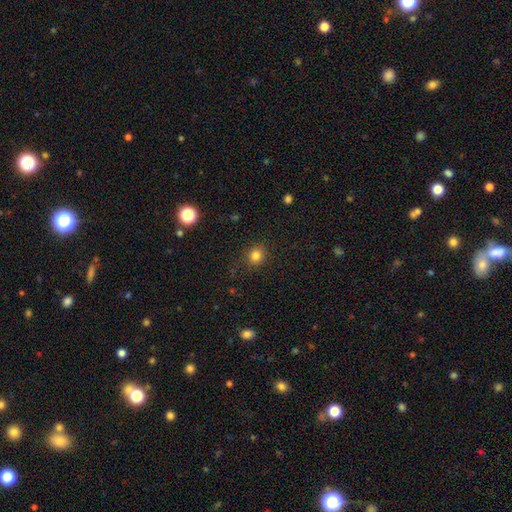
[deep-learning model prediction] Morphology: type=smooth (82%); roundness=round (82%); merging=none (85%).